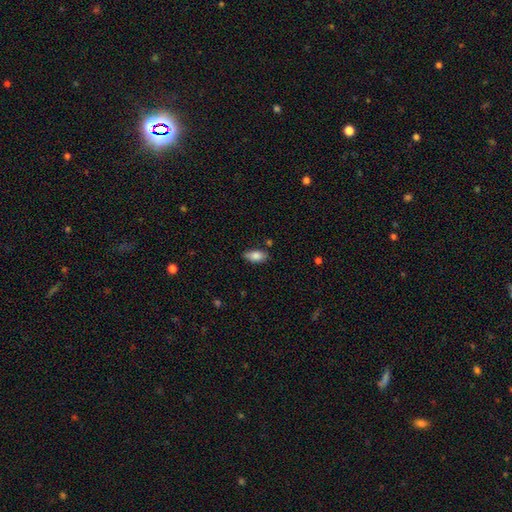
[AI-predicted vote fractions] This is clearly a smooth galaxy (84%). How rounded: clearly in between (90%). Merging: likely none (80%).